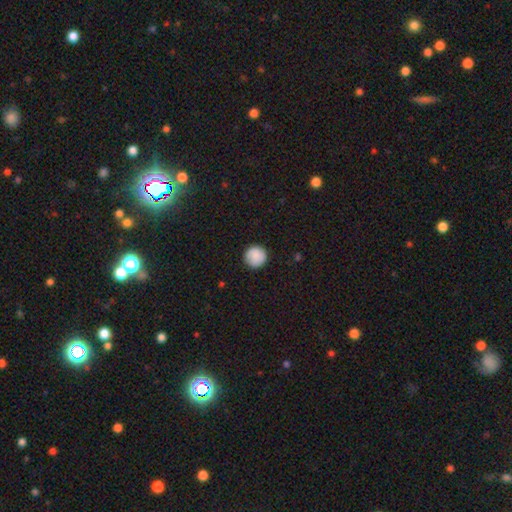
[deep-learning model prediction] smooth 87%, star or artifact 7%, featured or disk 6%. Down the decision tree: how rounded — round (96%); merging — none (89%).